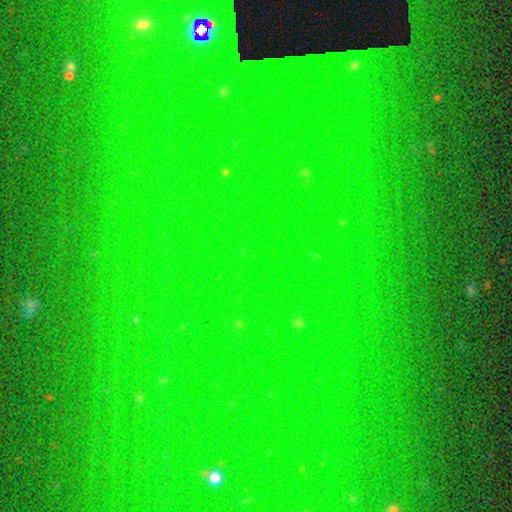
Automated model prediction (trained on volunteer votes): Smooth or featured? star or artifact (80%)